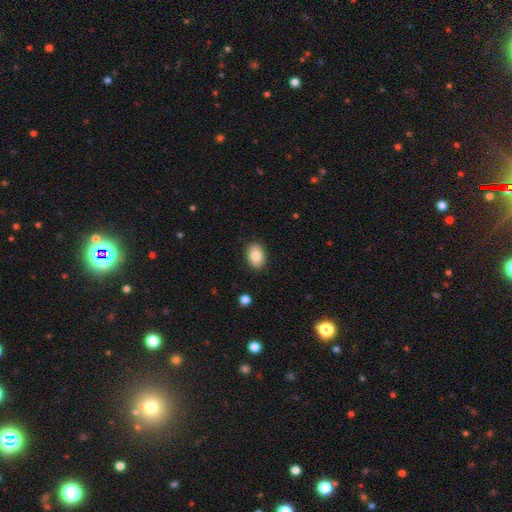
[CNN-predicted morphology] smooth 84%, featured or disk 8%, star or artifact 7%. Down the decision tree: how rounded — in between (85%); merging — none (88%).